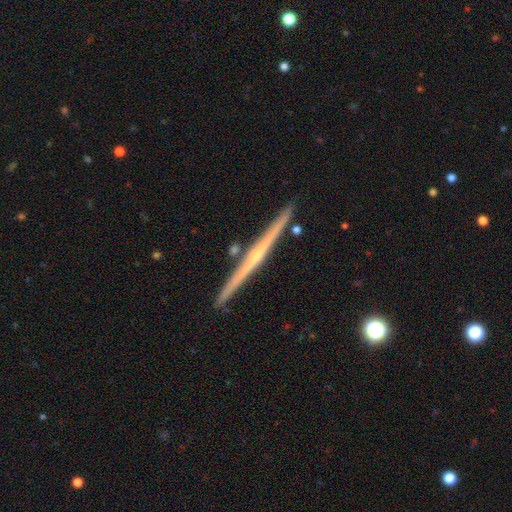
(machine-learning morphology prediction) smooth-or-featured: featured or disk: 76% | smooth: 18% | star or artifact: 5%
  disk-edge-on: yes: 98% | no: 2%
    edge-on-bulge: rounded: 49% | none: 45% | boxy: 5%
  merging: none: 88% | minor disturbance: 7% | merger: 3% | major disturbance: 1%